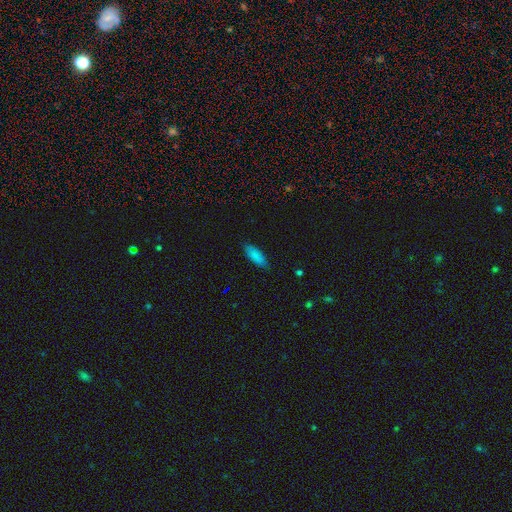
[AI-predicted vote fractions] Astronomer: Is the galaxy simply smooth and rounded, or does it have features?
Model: smooth — 86%.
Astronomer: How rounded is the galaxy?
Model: in between — 64%.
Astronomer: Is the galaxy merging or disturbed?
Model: none — 84%.